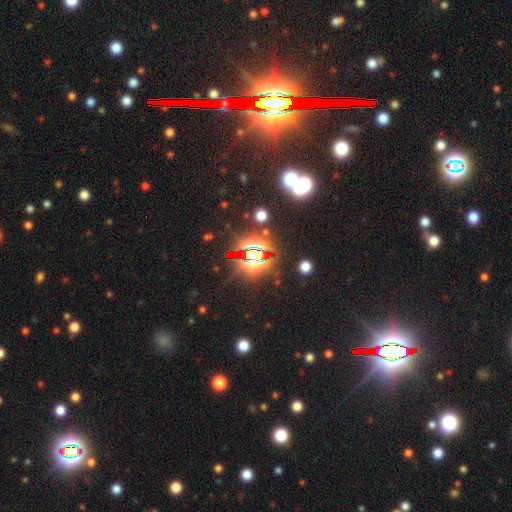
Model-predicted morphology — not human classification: smooth_or_featured: star or artifact (p=0.84) [alt: smooth p=0.09]